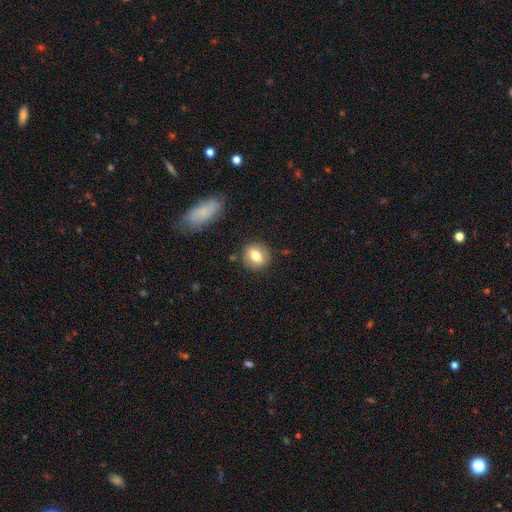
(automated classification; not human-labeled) Smooth or featured? Predicted: smooth (p=0.73). How rounded? Predicted: round (p=0.70). Merging? Predicted: none (p=0.85).